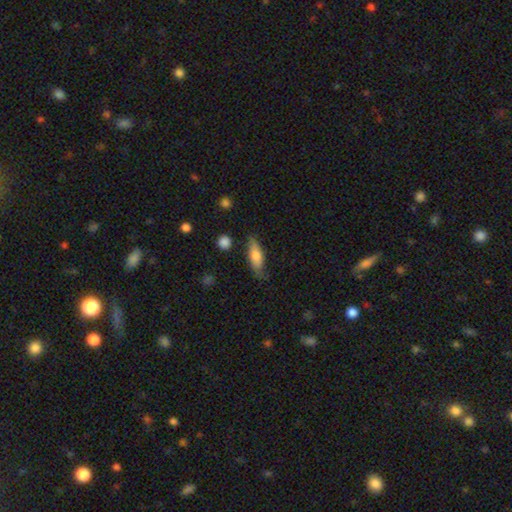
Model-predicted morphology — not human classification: The model was most divided on "how rounded": in between: 59%, cigar-shaped: 39%, round: 3%. More confident: merging — none (71%); smooth or featured — smooth (71%).